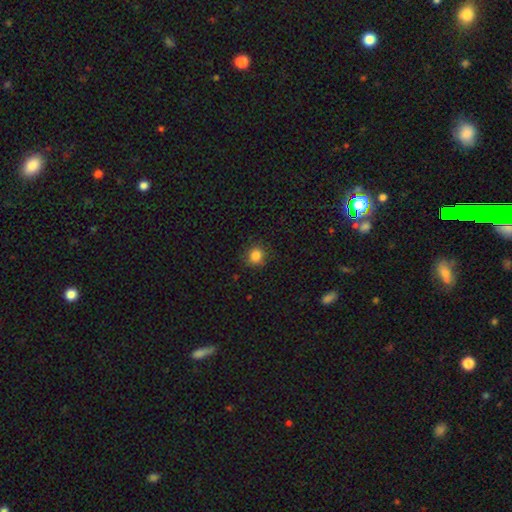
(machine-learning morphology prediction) smooth 84%, star or artifact 12%, featured or disk 4%. Down the decision tree: how rounded — round (87%); merging — none (86%).